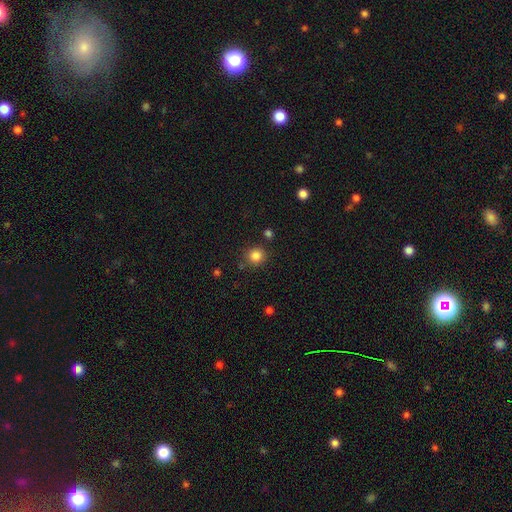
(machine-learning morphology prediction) A smooth galaxy with no disk features (85%) that is round (91%).

Vote fractions:
- Smooth or featured? smooth: 85% / star or artifact: 11% / featured or disk: 4%
- How rounded? round: 91% / in between: 8% / cigar-shaped: 1%
- Merging? none: 84% / minor disturbance: 9% / merger: 4% / major disturbance: 3%